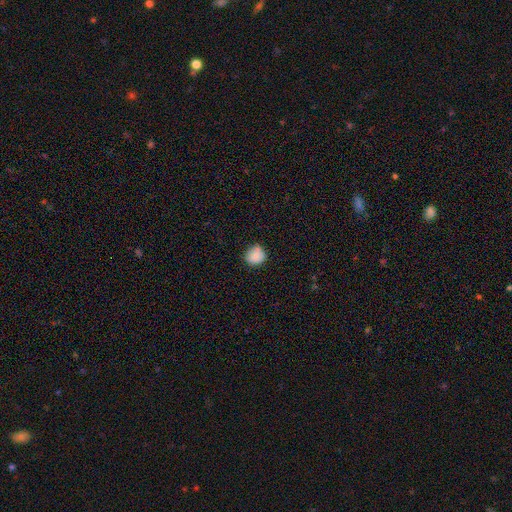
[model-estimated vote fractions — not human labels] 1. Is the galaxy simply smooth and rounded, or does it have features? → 85% smooth, 9% star or artifact, 6% featured or disk.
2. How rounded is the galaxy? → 81% round, 18% in between, 1% cigar-shaped.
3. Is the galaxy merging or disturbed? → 71% none, 21% minor disturbance, 4% merger, 4% major disturbance.